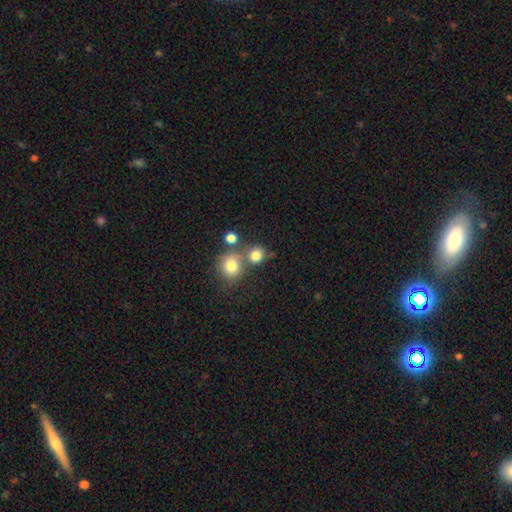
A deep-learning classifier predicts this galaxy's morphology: Overall: smooth (79%). How rounded: round (82%). Merging: none (54%; merger 32%).